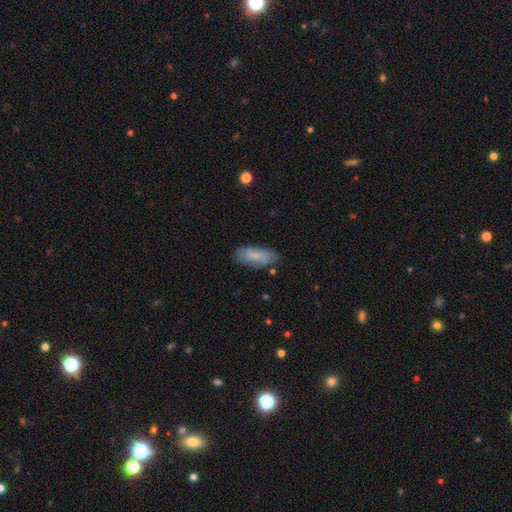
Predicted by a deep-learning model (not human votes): Smooth or featured?
  - smooth: 68% *
  - featured or disk: 25%
  - star or artifact: 7%
How rounded?
  - in between: 76% *
  - cigar-shaped: 22%
  - round: 2%
Merging?
  - none: 73% *
  - minor disturbance: 19%
  - major disturbance: 5%
  - merger: 3%